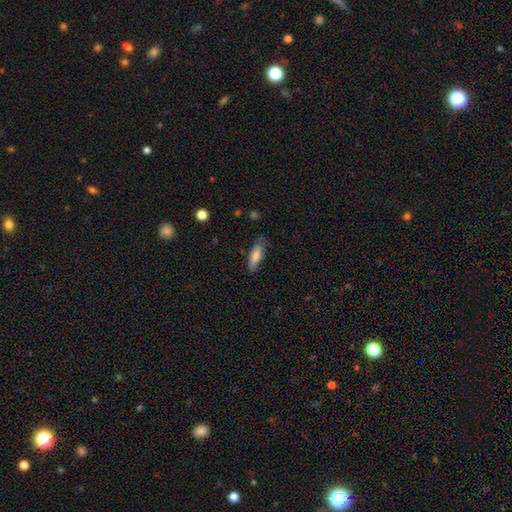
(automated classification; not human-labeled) Smooth or featured? Predicted: smooth (p=0.78). How rounded? Predicted: in between (p=0.55). Merging? Predicted: none (p=0.75).